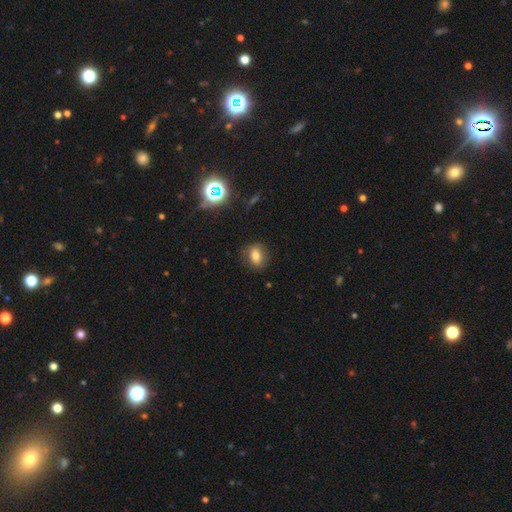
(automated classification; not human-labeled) Smooth or featured: smooth — 69% (featured or disk — 17%)
How rounded: in between — 62% (round — 35%)
Merging: none — 80% (minor disturbance — 14%)